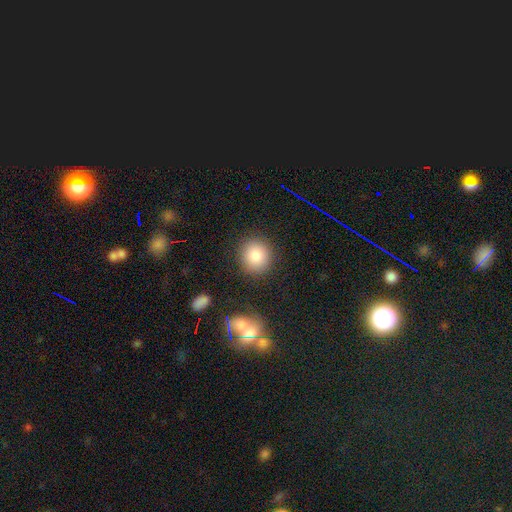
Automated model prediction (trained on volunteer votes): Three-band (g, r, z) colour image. It shows a smooth galaxy with no disk features (85%) that is round (85%). Merging: none (88%).